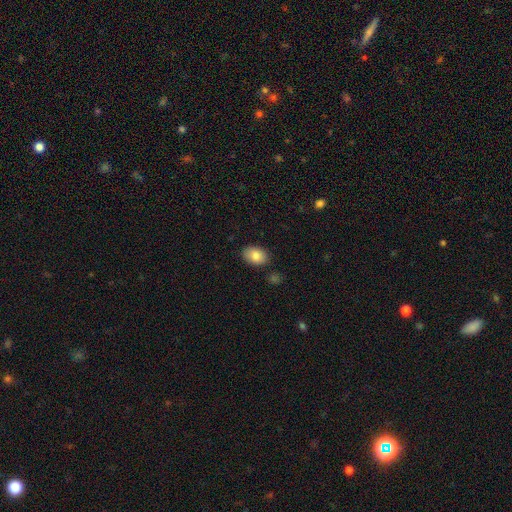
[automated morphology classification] A smooth galaxy with no disk features (84%) that is in between round and cigar-shaped (86%).

Vote fractions:
- Smooth or featured? smooth: 84% / featured or disk: 8% / star or artifact: 7%
- How rounded? in between: 86% / round: 13% / cigar-shaped: 1%
- Merging? none: 85% / minor disturbance: 11% / merger: 3% / major disturbance: 2%